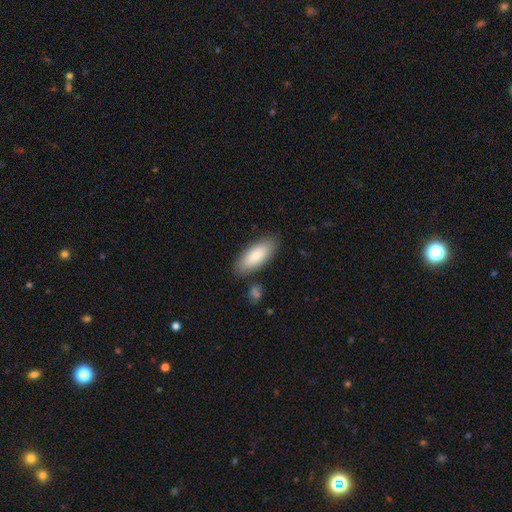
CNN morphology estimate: The model was most divided on "how rounded": in between: 79%, cigar-shaped: 19%, round: 2%. More confident: smooth or featured — smooth (85%); merging — none (82%).